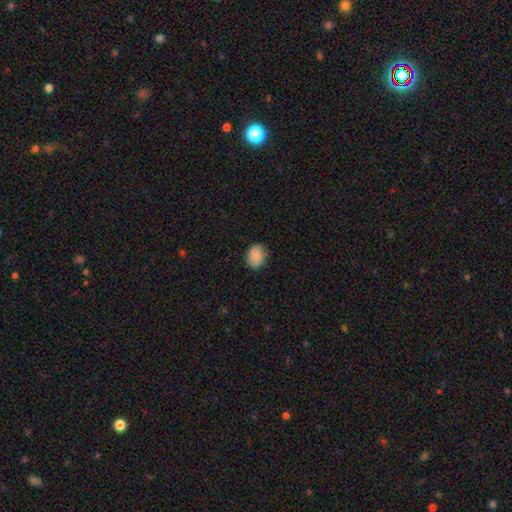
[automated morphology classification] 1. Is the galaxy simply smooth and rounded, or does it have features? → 86% smooth, 8% star or artifact, 7% featured or disk.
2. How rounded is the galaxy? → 65% in between, 34% round, 1% cigar-shaped.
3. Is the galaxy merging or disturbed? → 79% none, 16% minor disturbance, 3% major disturbance, 1% merger.